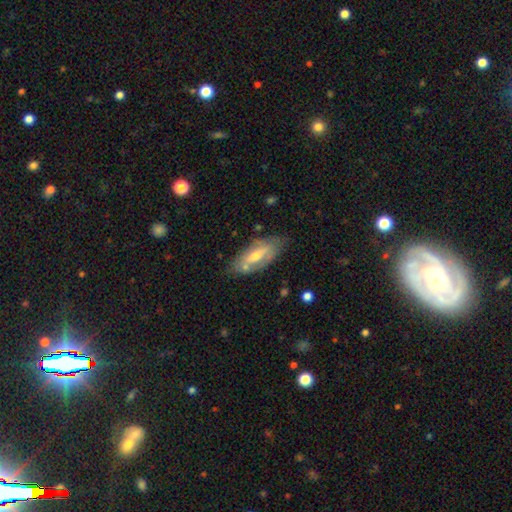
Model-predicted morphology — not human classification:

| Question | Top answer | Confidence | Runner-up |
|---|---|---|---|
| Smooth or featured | featured or disk | 57% | smooth (37%) |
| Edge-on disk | no | 75% | yes (25%) |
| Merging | none | 71% | minor disturbance (19%) |